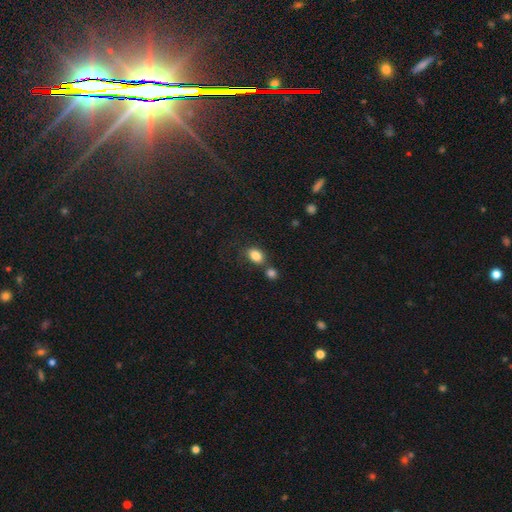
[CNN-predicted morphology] Smooth or featured? smooth (84%)
How rounded? in between (79%)
Merging? none (55%)